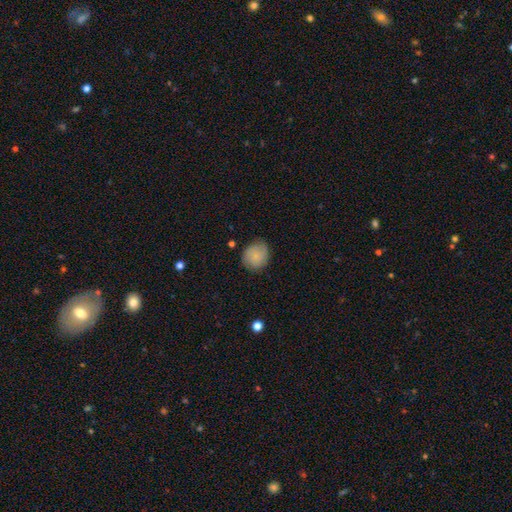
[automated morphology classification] Overall: smooth (70%). How rounded: round (75%). Merging: none (75%).